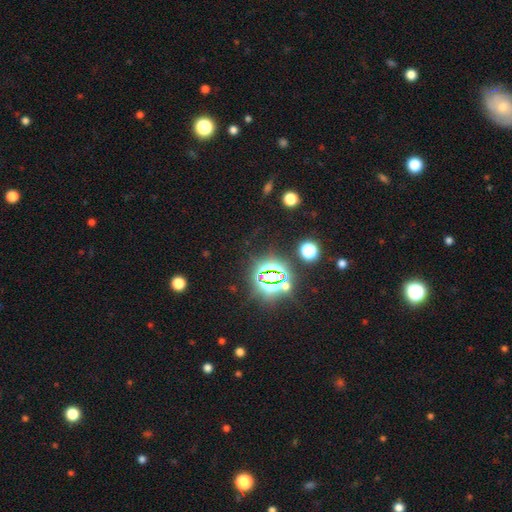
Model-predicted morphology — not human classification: Q: Smooth or featured?
A: star or artifact (79%); runner-up: smooth (13%)